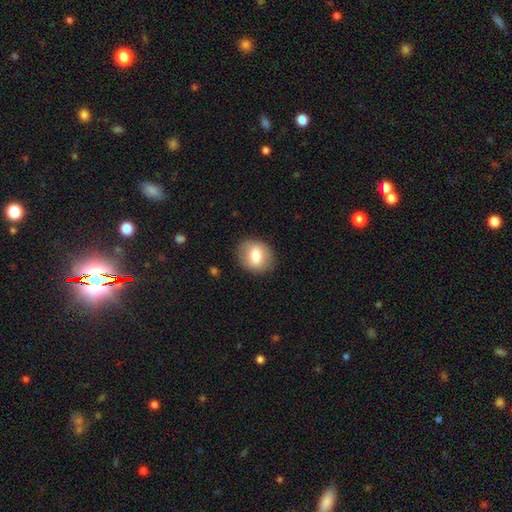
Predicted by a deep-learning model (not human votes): Overall: smooth (72%). How rounded: round (63%; in between 36%). Merging: none (87%).